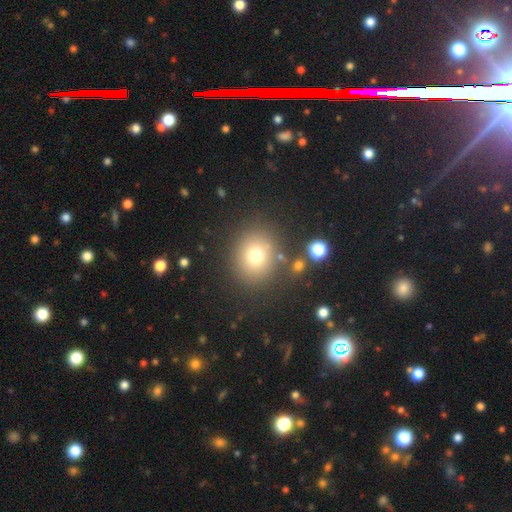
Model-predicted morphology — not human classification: Overall: smooth (73%). How rounded: round (77%). Merging: none (81%).